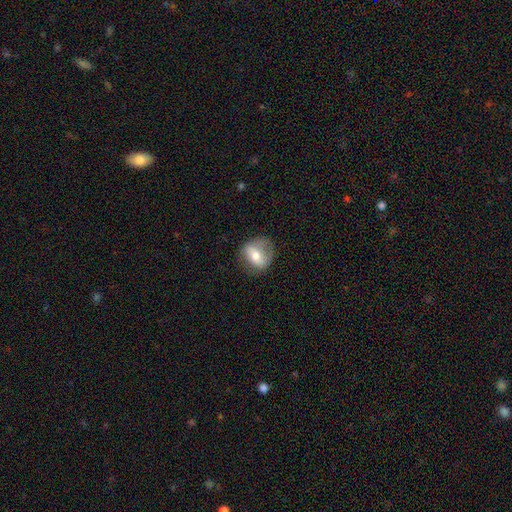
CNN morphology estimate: type=smooth (52%); roundness=round (52%); merging=none (63%).